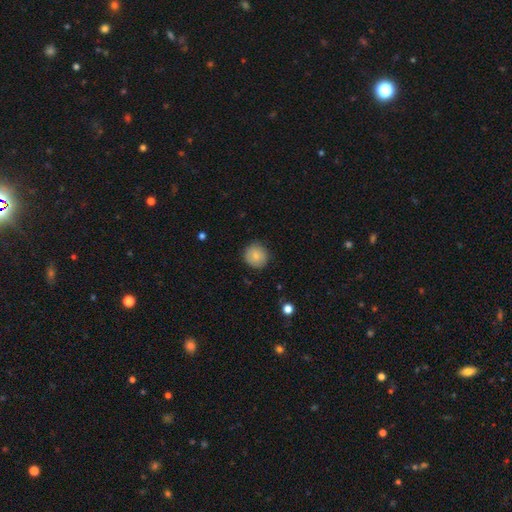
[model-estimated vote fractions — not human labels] smooth_or_featured: smooth (p=0.83) [alt: featured or disk p=0.09]
how_rounded: round (p=0.89) [alt: in between p=0.10]
merging: none (p=0.83) [alt: minor disturbance p=0.13]